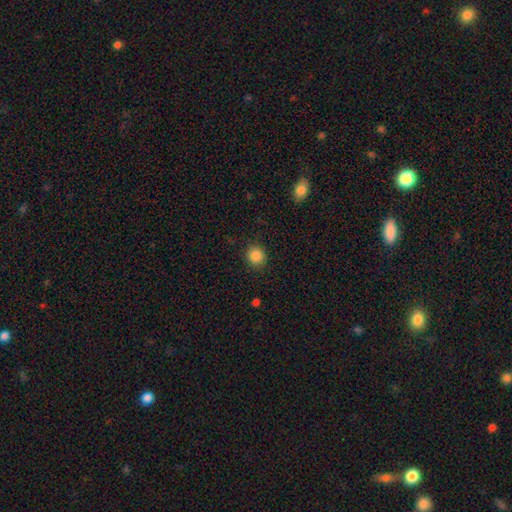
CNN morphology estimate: Q: Smooth or featured?
A: smooth (86%); runner-up: star or artifact (10%)
Q: How rounded?
A: round (88%); runner-up: in between (11%)
Q: Merging?
A: none (89%); runner-up: minor disturbance (7%)